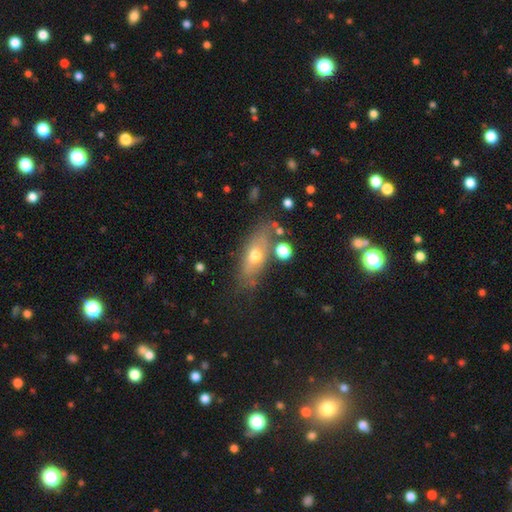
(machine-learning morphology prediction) Smooth or featured?
  - smooth: 58% *
  - featured or disk: 32%
  - star or artifact: 9%
How rounded?
  - in between: 66% *
  - cigar-shaped: 26%
  - round: 8%
Merging?
  - none: 66% *
  - minor disturbance: 19%
  - major disturbance: 8%
  - merger: 8%